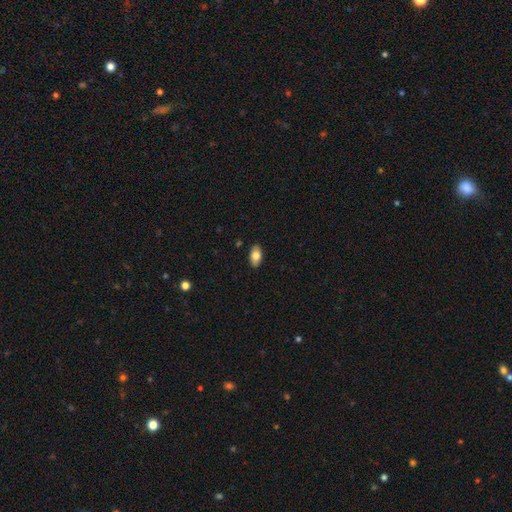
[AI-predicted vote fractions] smooth-or-featured: smooth: 80% | featured or disk: 13% | star or artifact: 7%
  how-rounded: in between: 93% | round: 4% | cigar-shaped: 3%
  merging: none: 88% | minor disturbance: 9% | major disturbance: 2% | merger: 1%